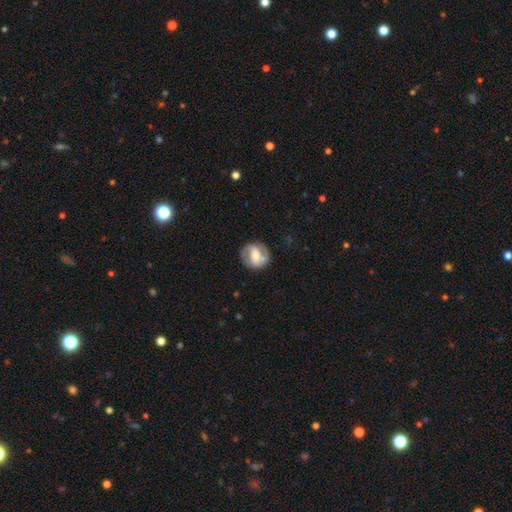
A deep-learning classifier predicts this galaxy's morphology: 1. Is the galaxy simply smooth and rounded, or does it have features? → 65% featured or disk, 30% smooth, 6% star or artifact.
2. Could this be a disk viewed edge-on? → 96% no, 4% yes.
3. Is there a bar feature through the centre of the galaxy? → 42% strong, 36% weak, 22% no.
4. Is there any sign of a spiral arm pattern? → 69% yes, 31% no.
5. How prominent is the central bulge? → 62% moderate, 24% small, 10% large, 2% none, 1% dominant.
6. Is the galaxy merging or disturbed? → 79% none, 13% minor disturbance, 5% major disturbance, 2% merger.